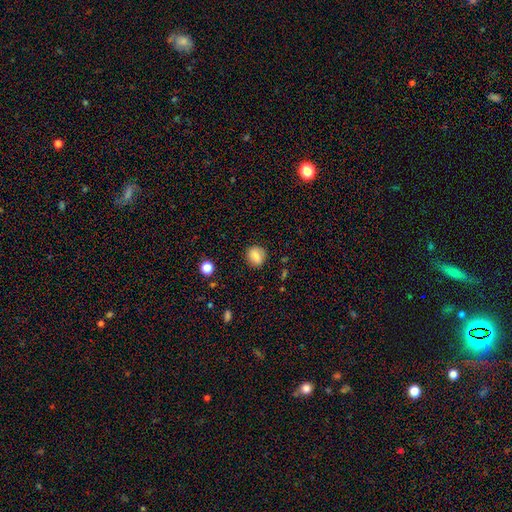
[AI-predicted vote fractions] smooth 81%, featured or disk 10%, star or artifact 9%. Down the decision tree: how rounded — round (72%); merging — none (84%).